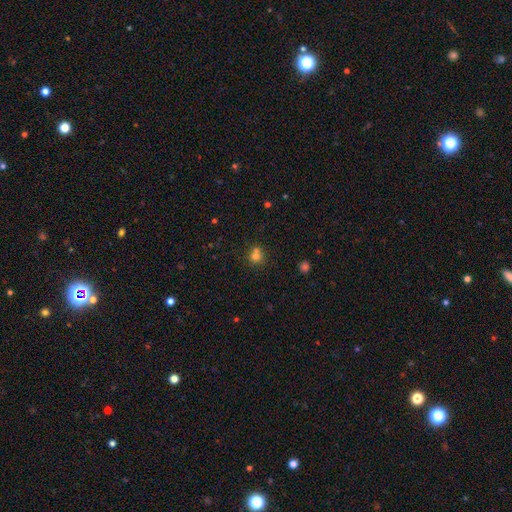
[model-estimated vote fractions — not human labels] This is likely a smooth galaxy (71%). How rounded: clearly round (86%). Merging: possibly none (50%).